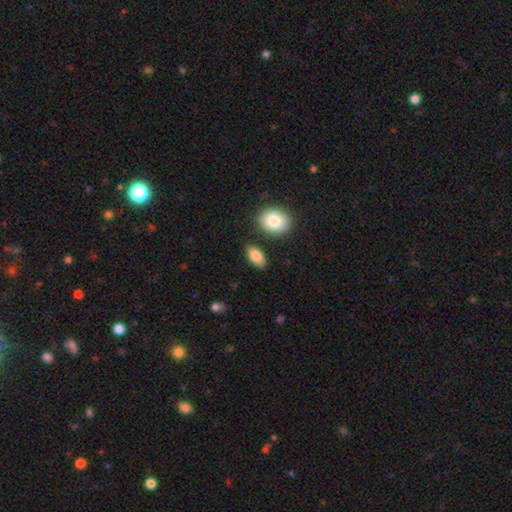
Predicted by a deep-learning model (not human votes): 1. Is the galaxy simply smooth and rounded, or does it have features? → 84% smooth, 9% featured or disk, 7% star or artifact.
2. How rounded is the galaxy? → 91% in between, 5% round, 4% cigar-shaped.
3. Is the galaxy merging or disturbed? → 82% none, 11% minor disturbance, 5% merger, 3% major disturbance.